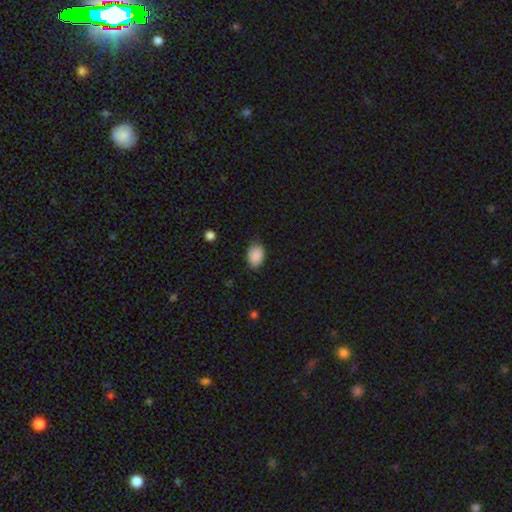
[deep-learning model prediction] smooth 89%, star or artifact 8%, featured or disk 4%. Down the decision tree: how rounded — in between (81%); merging — none (75%).